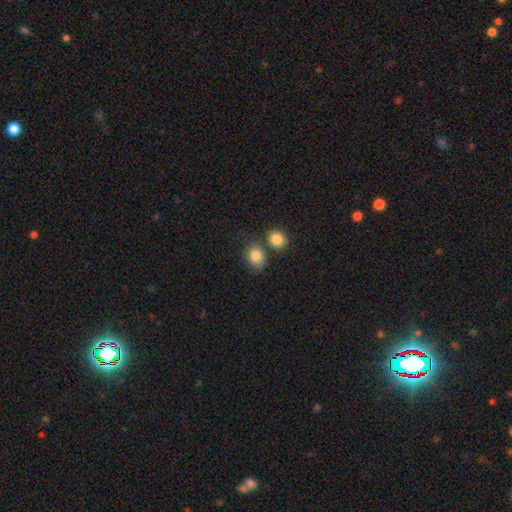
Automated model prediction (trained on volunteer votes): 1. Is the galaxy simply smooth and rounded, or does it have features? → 84% smooth, 9% star or artifact, 7% featured or disk.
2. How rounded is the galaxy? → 51% in between, 48% round, 1% cigar-shaped.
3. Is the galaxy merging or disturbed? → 58% none, 23% merger, 14% minor disturbance, 4% major disturbance.